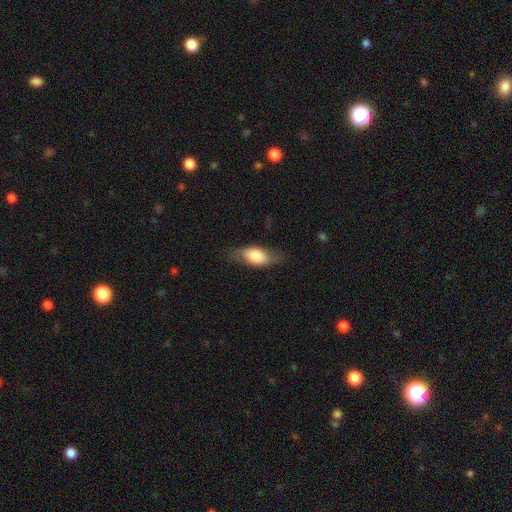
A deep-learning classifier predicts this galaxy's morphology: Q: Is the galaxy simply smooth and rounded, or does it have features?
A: smooth — 68%.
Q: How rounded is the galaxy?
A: in between — 82%.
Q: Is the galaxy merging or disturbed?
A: none — 69%.